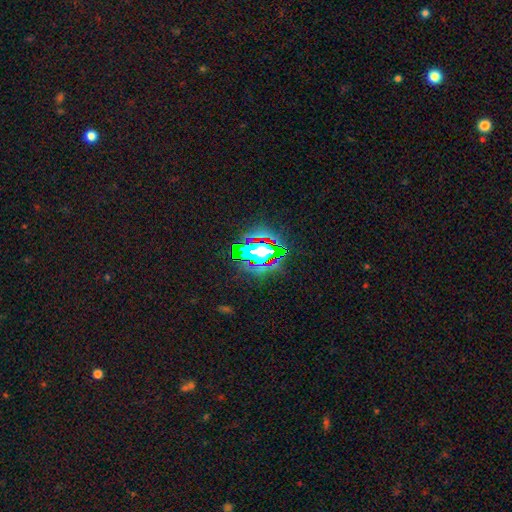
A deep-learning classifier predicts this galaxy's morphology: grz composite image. It shows a star or artifact, not a galaxy (80%).